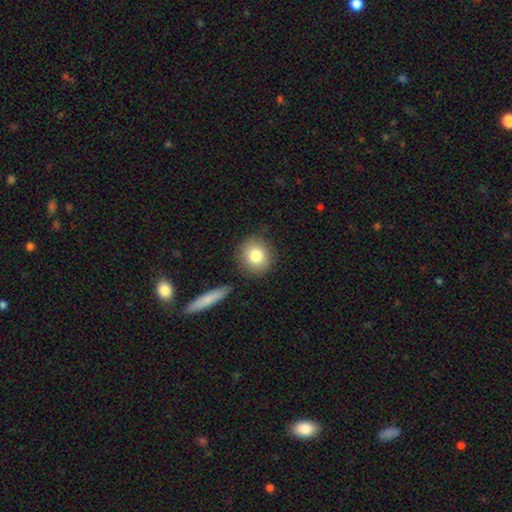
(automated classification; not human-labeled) This is likely a smooth galaxy (80%). How rounded: clearly round (86%). Merging: clearly none (85%).